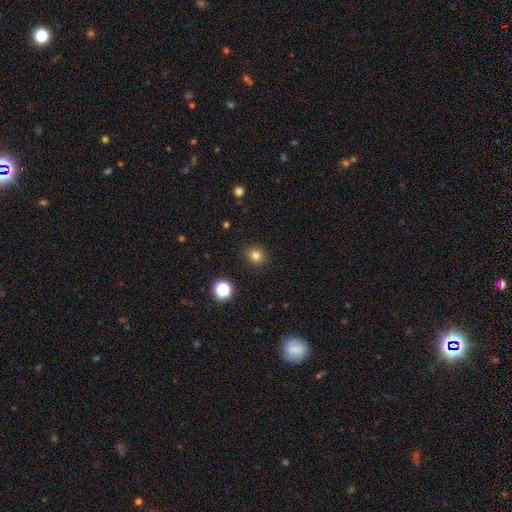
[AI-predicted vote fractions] Morphology: type=smooth (80%); roundness=round (84%); merging=none (90%).